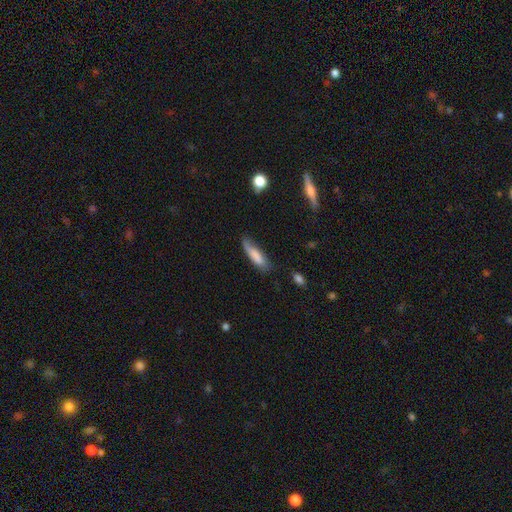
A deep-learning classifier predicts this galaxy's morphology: A smooth galaxy with no disk features (77%) that is cigar-shaped (62%).

Vote fractions:
- Smooth or featured? smooth: 77% / featured or disk: 16% / star or artifact: 7%
- How rounded? cigar-shaped: 62% / in between: 36% / round: 2%
- Merging? none: 56% / minor disturbance: 32% / major disturbance: 9% / merger: 3%